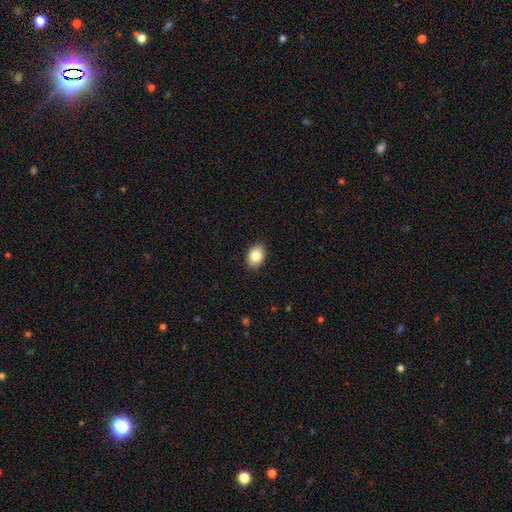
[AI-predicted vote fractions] A smooth galaxy with no disk features (83%) that is in between round and cigar-shaped (78%).

Vote fractions:
- Smooth or featured? smooth: 83% / featured or disk: 9% / star or artifact: 8%
- How rounded? in between: 78% / round: 21% / cigar-shaped: 1%
- Merging? none: 89% / minor disturbance: 8% / major disturbance: 2% / merger: 1%